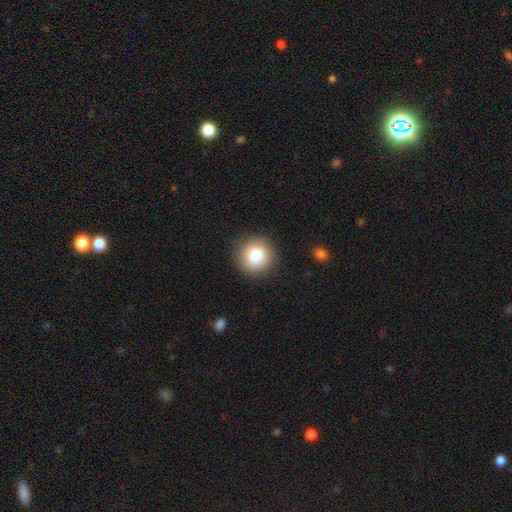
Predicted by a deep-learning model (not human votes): A smooth galaxy with no disk features (85%) that is round (93%). Merging: none (89%).